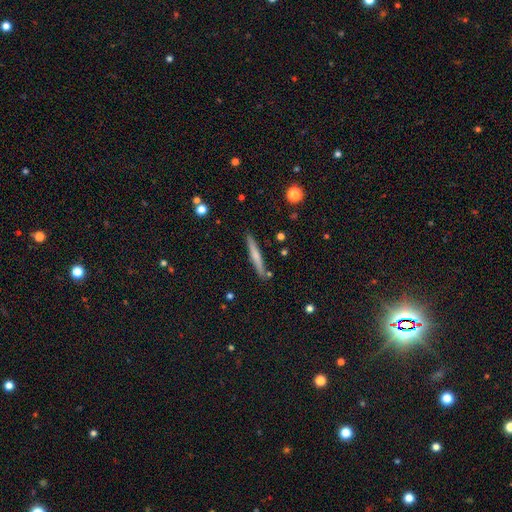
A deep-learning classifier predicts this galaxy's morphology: A smooth galaxy with no disk features (57%) that is cigar-shaped (95%).

Vote fractions:
- Smooth or featured? smooth: 57% / featured or disk: 37% / star or artifact: 6%
- How rounded? cigar-shaped: 95% / in between: 4% / round: 1%
- Merging? none: 87% / minor disturbance: 8% / merger: 3% / major disturbance: 2%